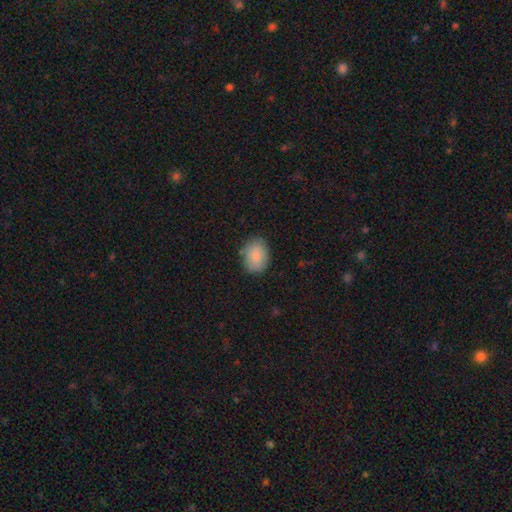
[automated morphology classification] Smooth or featured?
  - smooth: 87% *
  - star or artifact: 7%
  - featured or disk: 6%
How rounded?
  - in between: 77% *
  - round: 22%
  - cigar-shaped: 1%
Merging?
  - none: 82% *
  - minor disturbance: 14%
  - major disturbance: 3%
  - merger: 1%